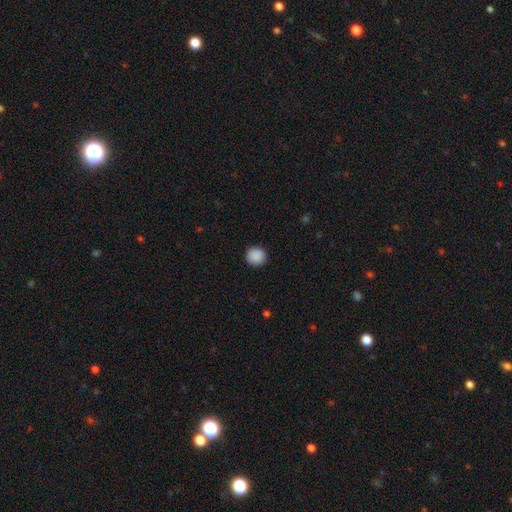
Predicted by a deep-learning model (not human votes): Smooth or featured? Predicted: smooth (p=0.89). How rounded? Predicted: round (p=0.93). Merging? Predicted: none (p=0.92).